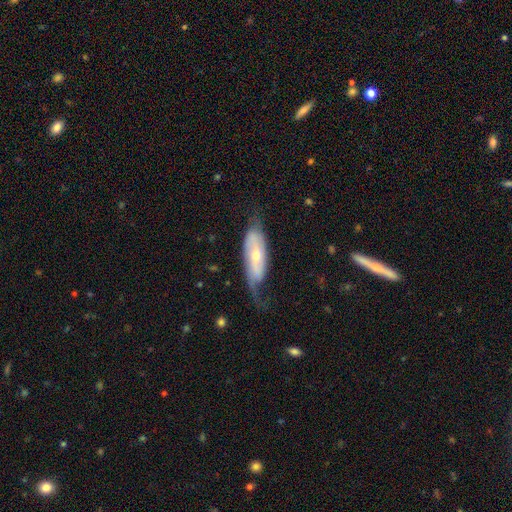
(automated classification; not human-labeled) Overall: featured or disk (65%; smooth 29%). Edge-on disk: no (82%). Bar: no (53%; weak 30%). Spiral arms: yes (83%). Bulge size: small (49%; moderate 46%). Merging: none (51%; minor disturbance 26%).